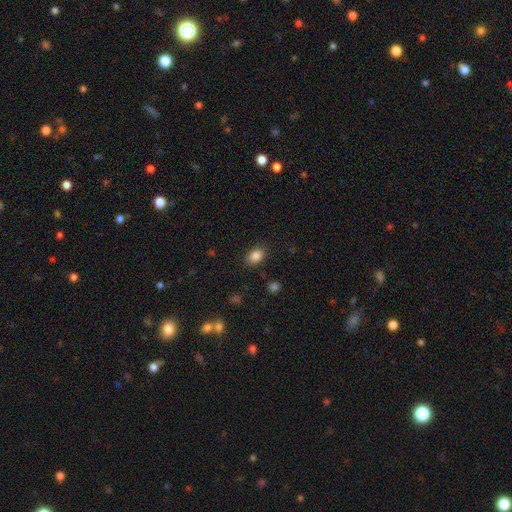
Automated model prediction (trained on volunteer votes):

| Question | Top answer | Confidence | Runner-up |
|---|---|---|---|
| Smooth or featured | smooth | 85% | star or artifact (9%) |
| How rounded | in between | 83% | round (16%) |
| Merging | none | 85% | minor disturbance (10%) |